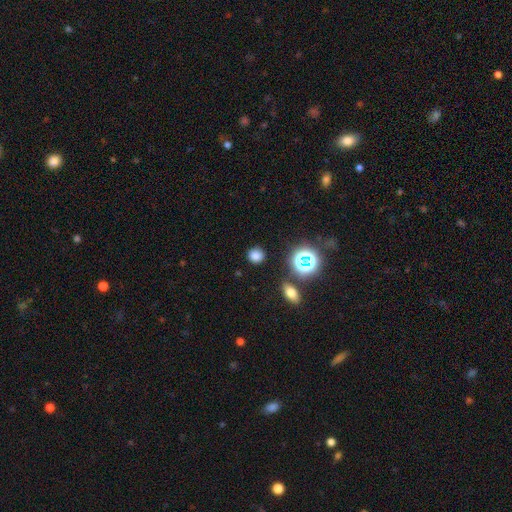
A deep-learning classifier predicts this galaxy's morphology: smooth-or-featured: smooth: 75% | star or artifact: 20% | featured or disk: 5%
  how-rounded: round: 84% | in between: 14% | cigar-shaped: 1%
  merging: none: 87% | minor disturbance: 8% | major disturbance: 3% | merger: 2%